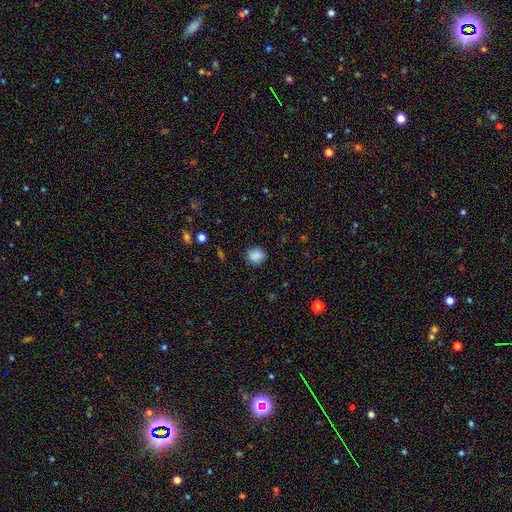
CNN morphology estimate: smooth_or_featured: smooth (p=0.88) [alt: star or artifact p=0.09]
how_rounded: round (p=0.78) [alt: in between p=0.21]
merging: none (p=0.87) [alt: minor disturbance p=0.10]